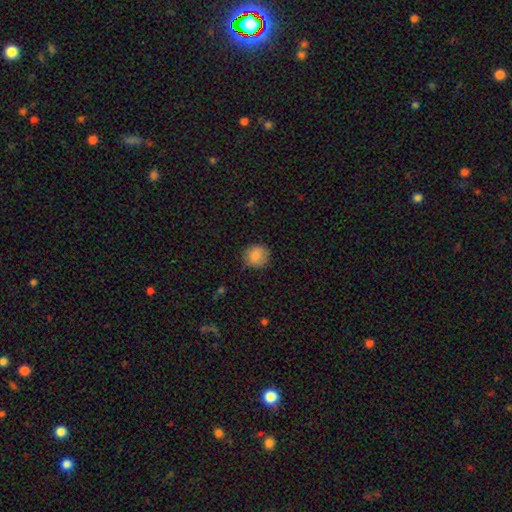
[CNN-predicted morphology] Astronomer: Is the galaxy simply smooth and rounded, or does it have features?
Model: smooth — 86%.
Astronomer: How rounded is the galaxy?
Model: round — 87%.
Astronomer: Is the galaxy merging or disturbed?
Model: none — 84%.